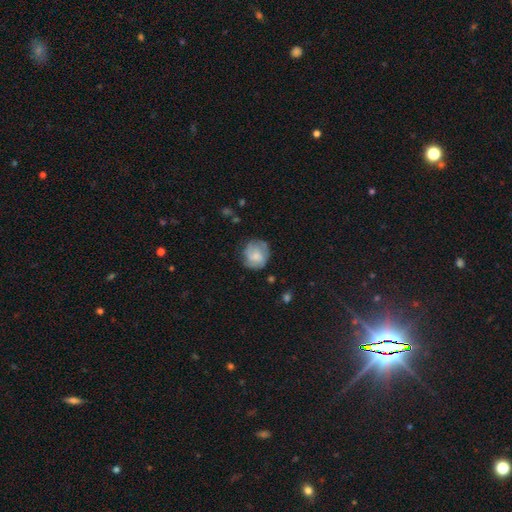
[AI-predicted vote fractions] Smooth or featured? smooth (52%)
How rounded? round (82%)
Merging? none (67%)